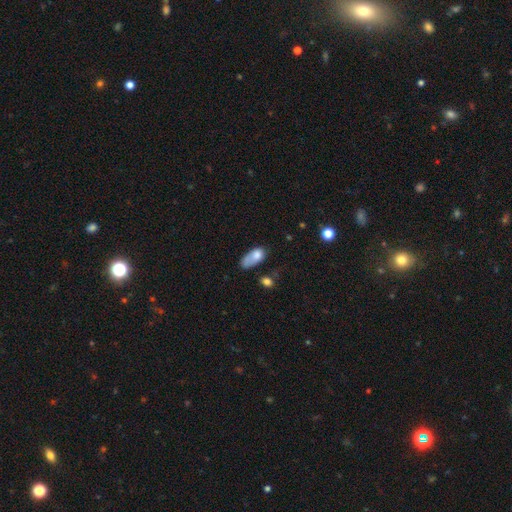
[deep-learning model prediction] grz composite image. It shows a smooth galaxy with no disk features (73%) that is in between round and cigar-shaped (86%). Merging: minor disturbance (30%).